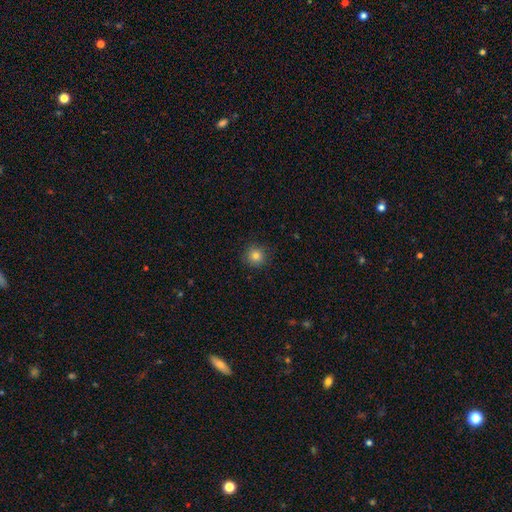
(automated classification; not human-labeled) Morphology: type=smooth (83%); roundness=round (93%); merging=none (89%).